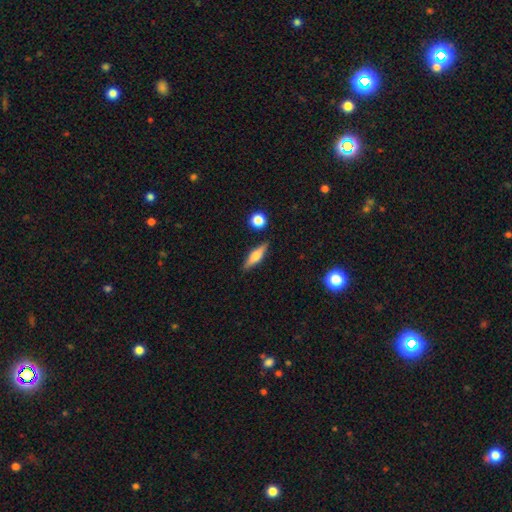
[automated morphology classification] A featured or disk galaxy (47%).

Vote fractions:
- Smooth or featured? featured or disk: 47% / smooth: 46% / star or artifact: 8%
- Merging? none: 85% / minor disturbance: 9% / merger: 3% / major disturbance: 2%